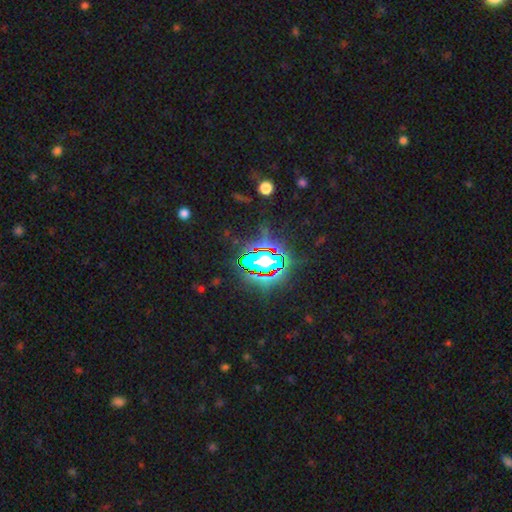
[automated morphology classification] Q: Smooth or featured?
A: star or artifact (76%); runner-up: smooth (13%)